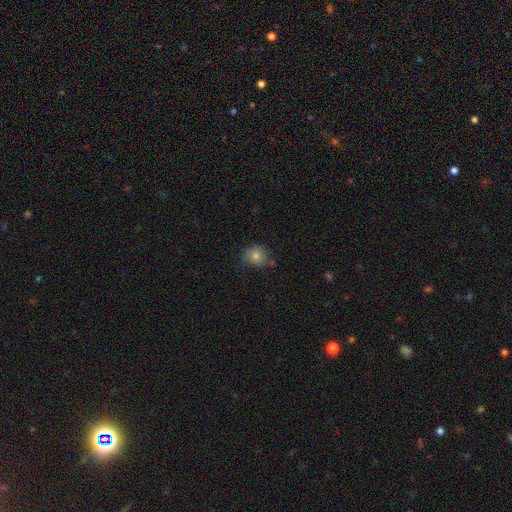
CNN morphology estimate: smooth_or_featured: smooth (p=0.77) [alt: featured or disk p=0.13]
how_rounded: round (p=0.79) [alt: in between p=0.20]
merging: none (p=0.61) [alt: minor disturbance p=0.26]